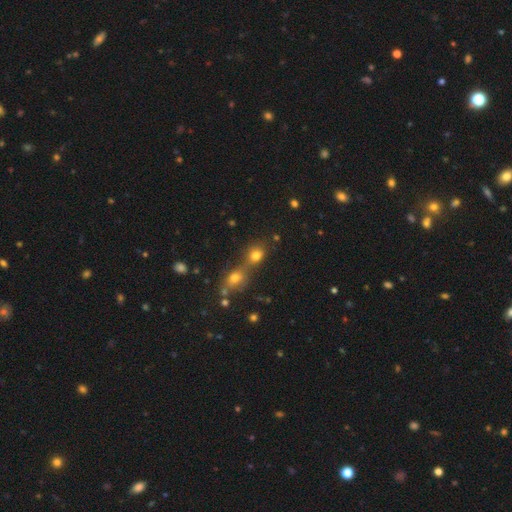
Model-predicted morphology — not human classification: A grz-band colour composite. It shows a smooth galaxy with no disk features (76%) that is round (68%). Merging: merger (45%).